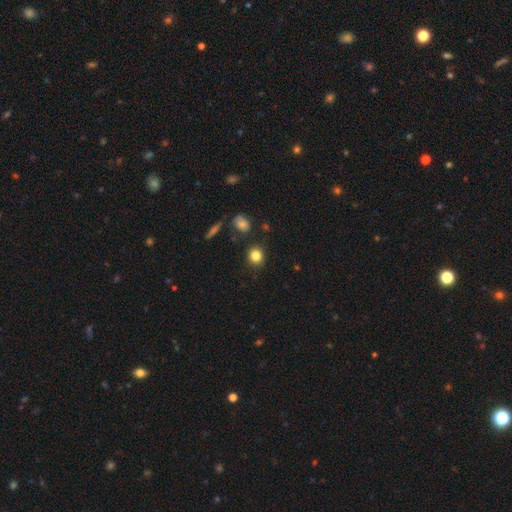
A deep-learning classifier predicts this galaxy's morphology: This is clearly a smooth galaxy (84%). How rounded: clearly round (81%). Merging: clearly none (87%).